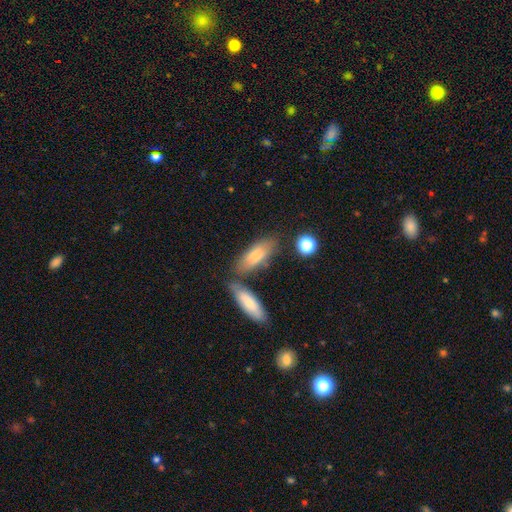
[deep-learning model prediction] Morphology: type=smooth (78%); roundness=in between (65%); merging=none (60%).